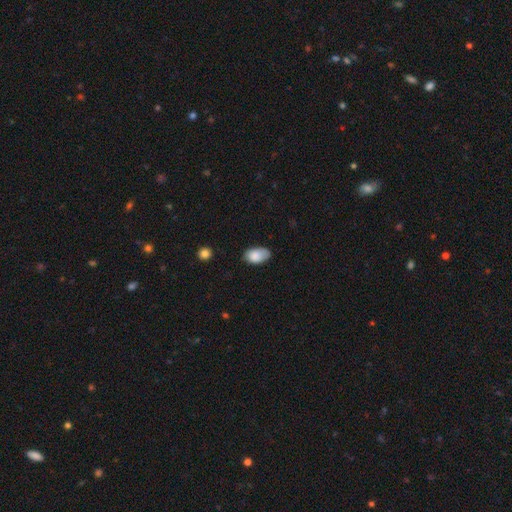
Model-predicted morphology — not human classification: A smooth galaxy with no disk features (86%) that is in between round and cigar-shaped (93%).

Vote fractions:
- Smooth or featured? smooth: 86% / featured or disk: 7% / star or artifact: 7%
- How rounded? in between: 93% / round: 5% / cigar-shaped: 1%
- Merging? none: 68% / minor disturbance: 26% / major disturbance: 4% / merger: 2%